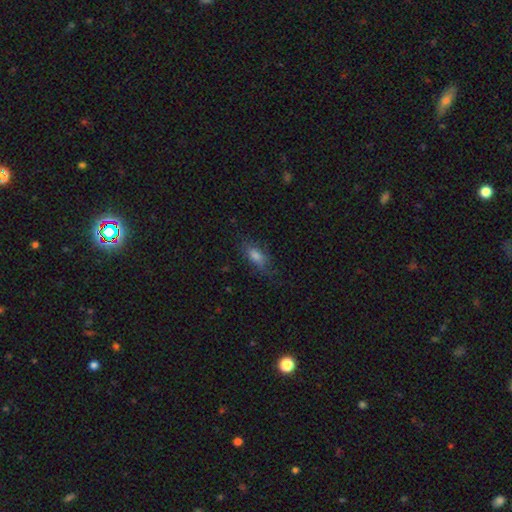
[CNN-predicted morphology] Smooth or featured? Predicted: smooth (p=0.71). How rounded? Predicted: in between (p=0.76). Merging? Predicted: none (p=0.71).